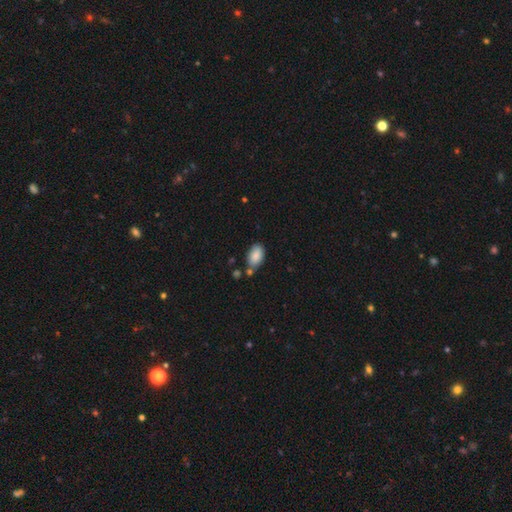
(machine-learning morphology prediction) This appears to be a smooth galaxy with no disk features (87%) that is in between round and cigar-shaped (93%). Merging: none (65%).